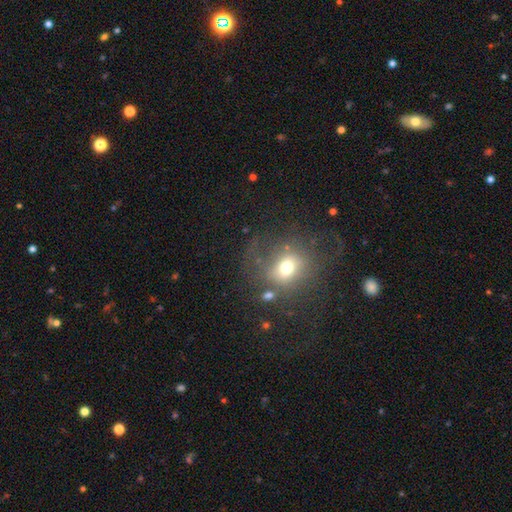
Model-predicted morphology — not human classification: Smooth or featured?
  - smooth: 47% *
  - featured or disk: 28%
  - star or artifact: 25%
Merging?
  - none: 60% *
  - minor disturbance: 19%
  - major disturbance: 16%
  - merger: 5%